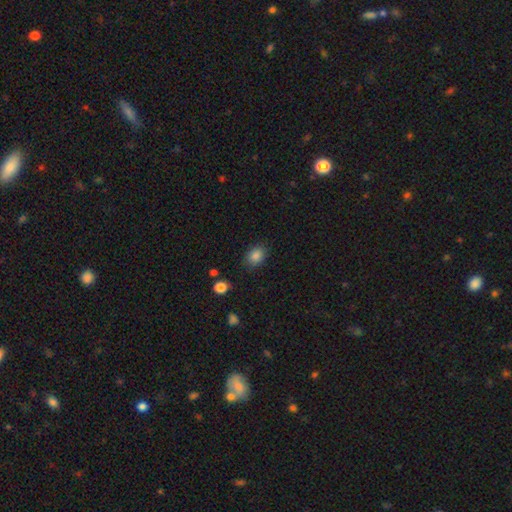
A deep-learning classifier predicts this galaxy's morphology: Smooth or featured: smooth — 85% (star or artifact — 10%)
How rounded: in between — 63% (round — 36%)
Merging: none — 82% (minor disturbance — 13%)